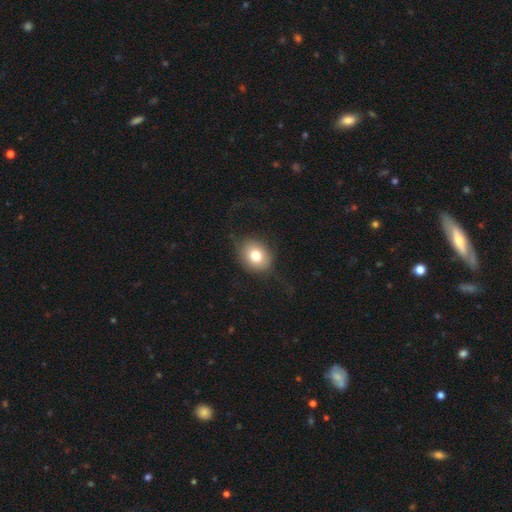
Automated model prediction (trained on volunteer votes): A smooth galaxy with no disk features (77%) that is round (55%). Merging: none (74%).